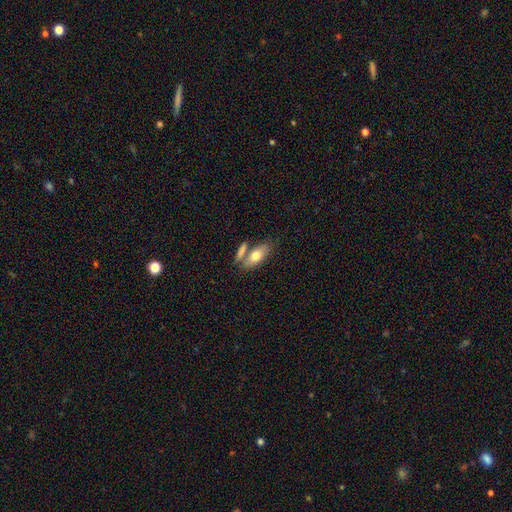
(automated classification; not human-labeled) Q: Smooth or featured?
A: smooth (73%); runner-up: featured or disk (21%)
Q: How rounded?
A: in between (81%); runner-up: cigar-shaped (15%)
Q: Merging?
A: none (53%); runner-up: merger (30%)